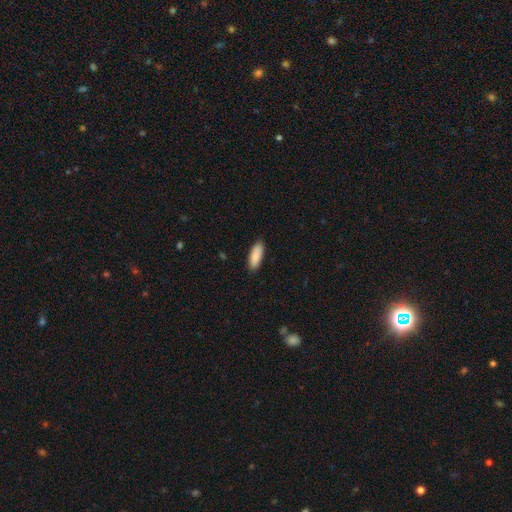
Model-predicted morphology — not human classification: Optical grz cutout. It shows a smooth galaxy with no disk features (88%) that is in between round and cigar-shaped (71%). Merging: none (88%).